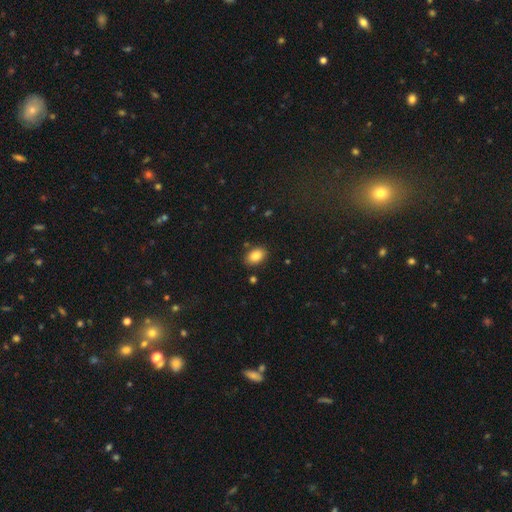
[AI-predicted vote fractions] This appears to be a smooth galaxy with no disk features (86%) that is in between round and cigar-shaped (85%). Merging: none (85%).